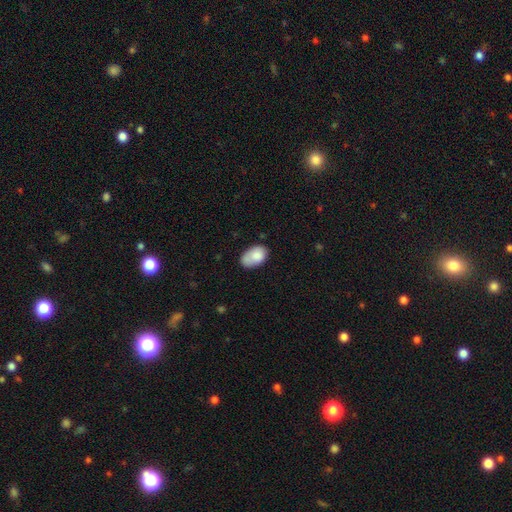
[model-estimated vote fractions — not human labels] Smooth or featured? Predicted: smooth (p=0.81). How rounded? Predicted: in between (p=0.89). Merging? Predicted: none (p=0.55).